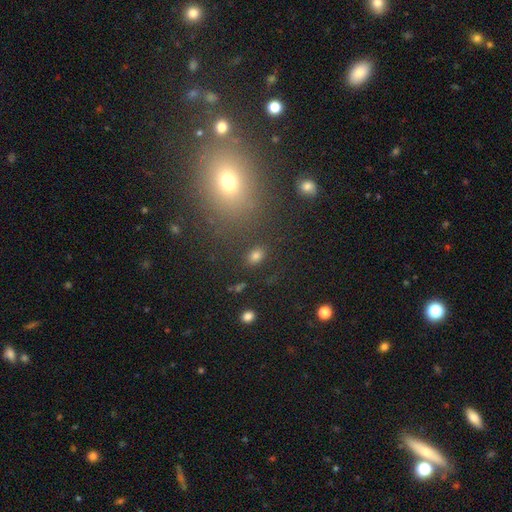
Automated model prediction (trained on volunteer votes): A smooth galaxy with no disk features (75%) that is in between round and cigar-shaped (76%).

Vote fractions:
- Smooth or featured? smooth: 75% / star or artifact: 17% / featured or disk: 7%
- How rounded? in between: 76% / round: 21% / cigar-shaped: 2%
- Merging? none: 83% / minor disturbance: 9% / merger: 4% / major disturbance: 4%